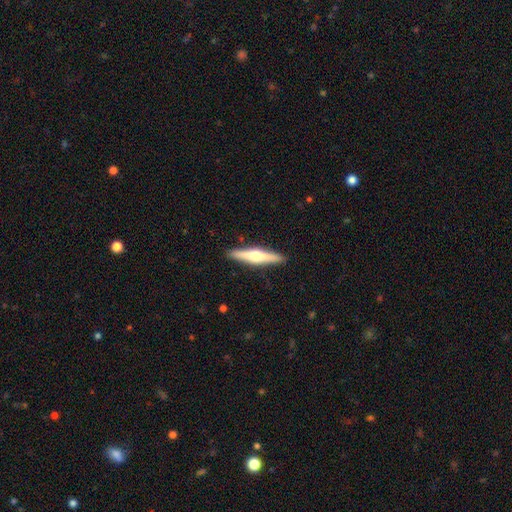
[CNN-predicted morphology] A featured or disk galaxy (57%) viewed edge-on (97%) with a rounded central bulge (89%).

Vote fractions:
- Smooth or featured? featured or disk: 57% / smooth: 38% / star or artifact: 5%
- Edge-on disk? yes: 97% / no: 3%
- Edge-on bulge? rounded: 89% / boxy: 6% / none: 5%
- Merging? none: 91% / minor disturbance: 7% / major disturbance: 1% / merger: 1%